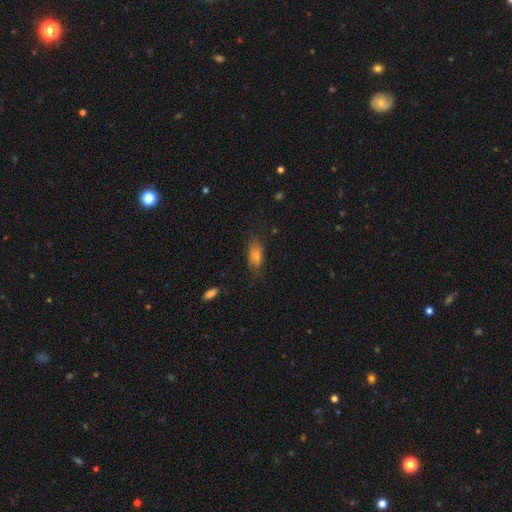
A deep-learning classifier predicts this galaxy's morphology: This appears to be a smooth galaxy with no disk features (73%) that is in between round and cigar-shaped (74%). Merging: none (77%).